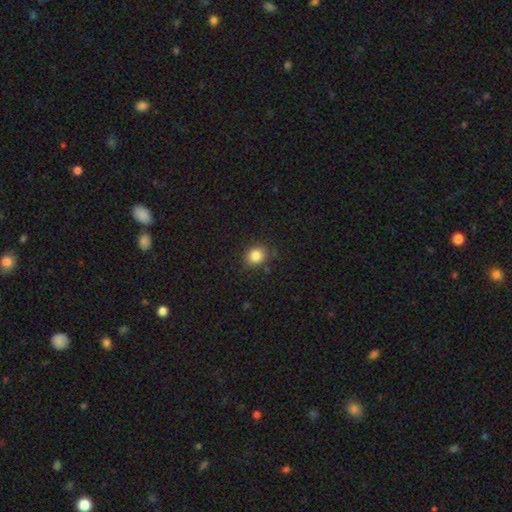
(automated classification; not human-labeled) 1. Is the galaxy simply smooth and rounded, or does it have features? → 85% smooth, 10% star or artifact, 5% featured or disk.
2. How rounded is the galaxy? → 75% round, 25% in between, 1% cigar-shaped.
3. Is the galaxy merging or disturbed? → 83% none, 13% minor disturbance, 3% major disturbance, 2% merger.